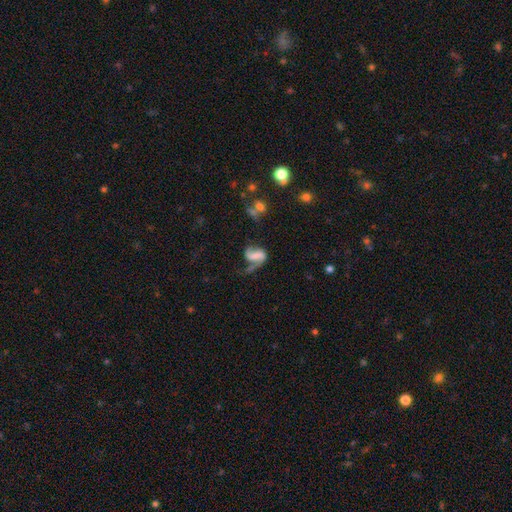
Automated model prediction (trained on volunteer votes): smooth_or_featured: featured or disk (p=0.72) [alt: smooth p=0.19]
disk_edge_on: no (p=0.97) [alt: yes p=0.03]
bar: strong (p=0.38) [alt: weak p=0.36]
has_spiral_arms: yes (p=0.90) [alt: no p=0.10]
spiral_winding: loose (p=0.52) [alt: medium p=0.36]
spiral_arm_count: 2 (p=0.72) [alt: 1 p=0.22]
bulge_size: none (p=0.56) [alt: small p=0.17]
merging: none (p=0.39) [alt: major disturbance p=0.34]